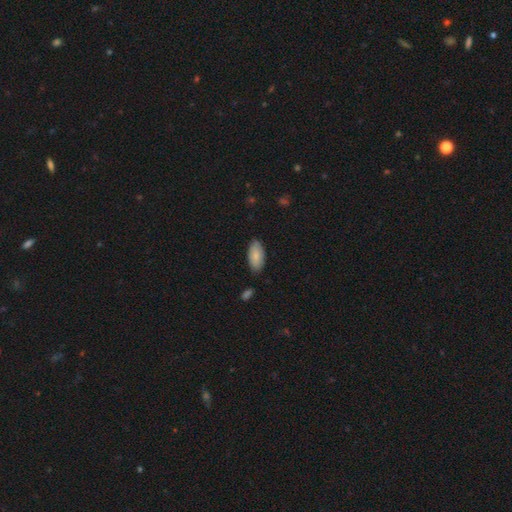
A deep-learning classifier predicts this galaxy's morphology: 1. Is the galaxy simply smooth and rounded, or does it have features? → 83% smooth, 11% featured or disk, 6% star or artifact.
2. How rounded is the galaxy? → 92% in between, 6% cigar-shaped, 2% round.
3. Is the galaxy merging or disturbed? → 81% none, 15% minor disturbance, 2% major disturbance, 2% merger.